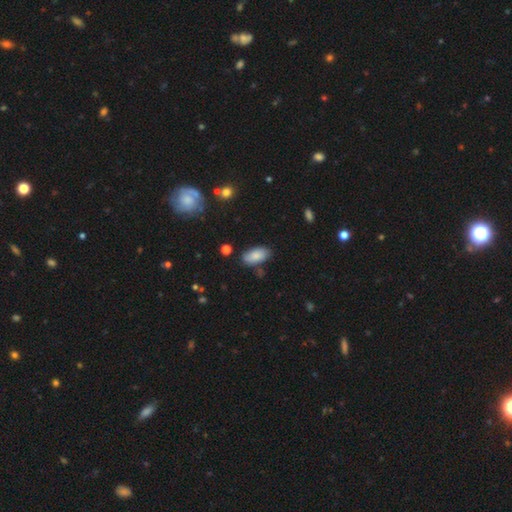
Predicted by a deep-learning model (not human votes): Smooth or featured? smooth (84%)
How rounded? in between (93%)
Merging? none (79%)